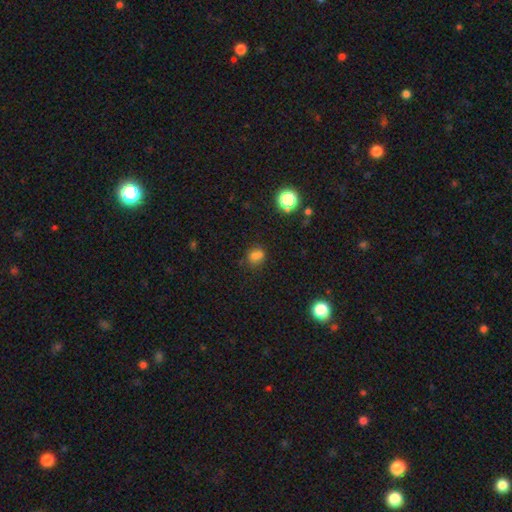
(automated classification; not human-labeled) A smooth galaxy with no disk features (68%) that is round (67%). Merging: none (55%).